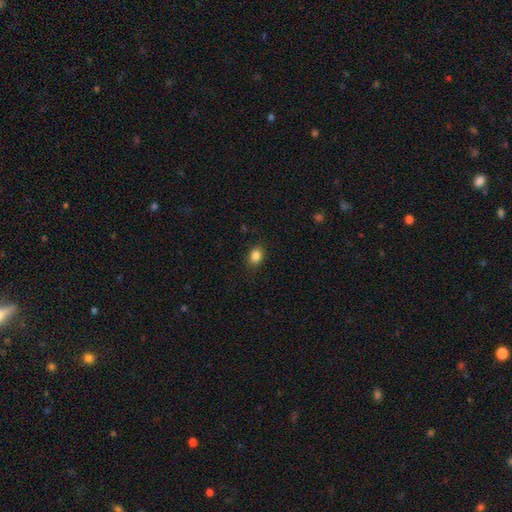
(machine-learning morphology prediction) Smooth or featured? smooth (86%)
How rounded? in between (59%)
Merging? none (87%)